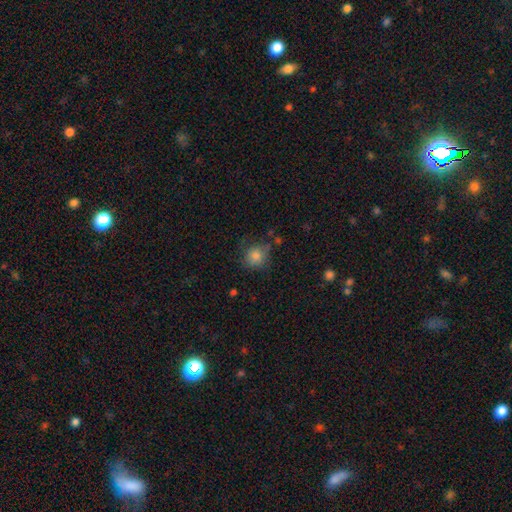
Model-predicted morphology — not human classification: A smooth galaxy with no disk features (79%) that is round (84%). Merging: none (69%).